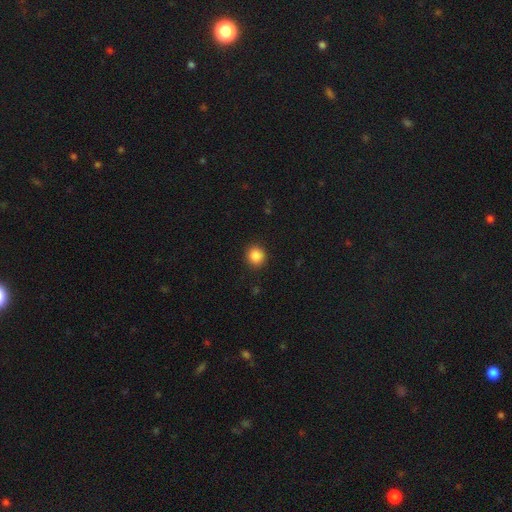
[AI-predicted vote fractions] A smooth galaxy with no disk features (86%) that is round (90%).

Vote fractions:
- Smooth or featured? smooth: 86% / star or artifact: 10% / featured or disk: 4%
- How rounded? round: 90% / in between: 9% / cigar-shaped: 1%
- Merging? none: 92% / minor disturbance: 5% / major disturbance: 2% / merger: 1%